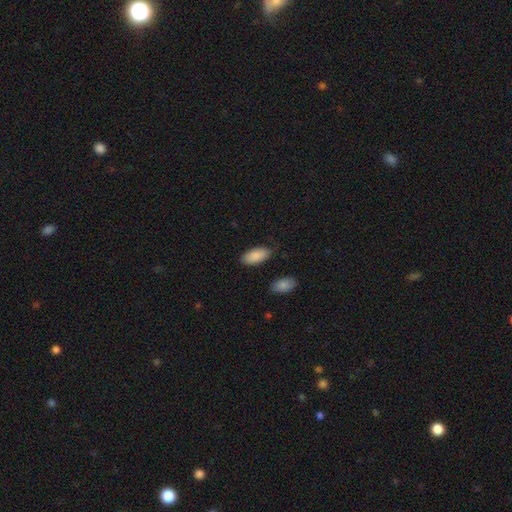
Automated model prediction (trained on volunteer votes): A smooth galaxy with no disk features (89%) that is in between round and cigar-shaped (92%). Merging: none (82%).